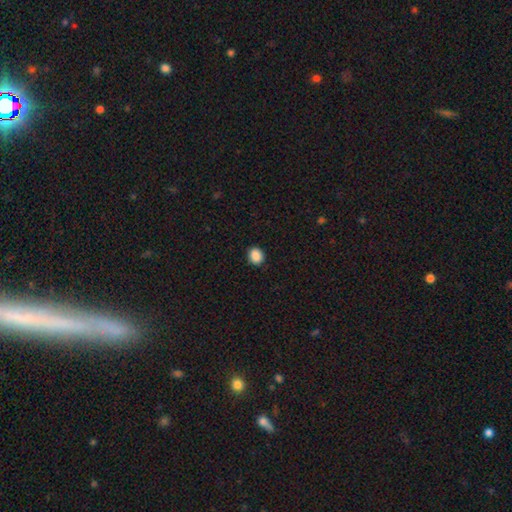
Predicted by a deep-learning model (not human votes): This appears to be a smooth galaxy with no disk features (89%) that is round (61%). Merging: none (90%).